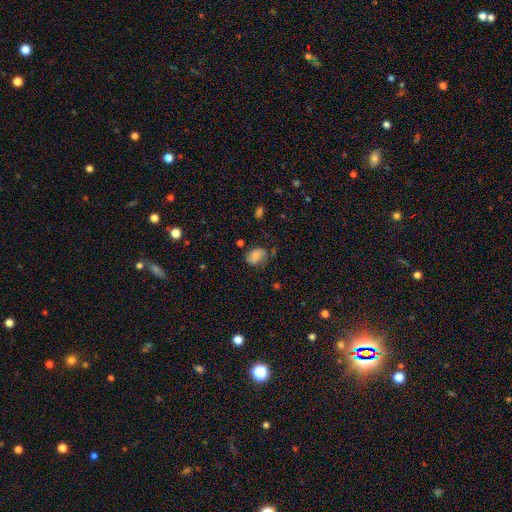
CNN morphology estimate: Smooth or featured: smooth — 75% (featured or disk — 16%)
How rounded: in between — 74% (round — 25%)
Merging: none — 57% (minor disturbance — 29%)